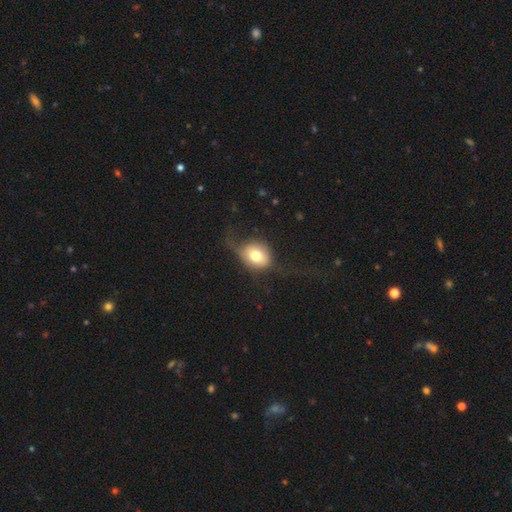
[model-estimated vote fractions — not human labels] smooth-or-featured: smooth: 66% | featured or disk: 25% | star or artifact: 9%
  how-rounded: round: 55% | in between: 44% | cigar-shaped: 2%
  merging: none: 42% | major disturbance: 30% | minor disturbance: 26% | merger: 2%